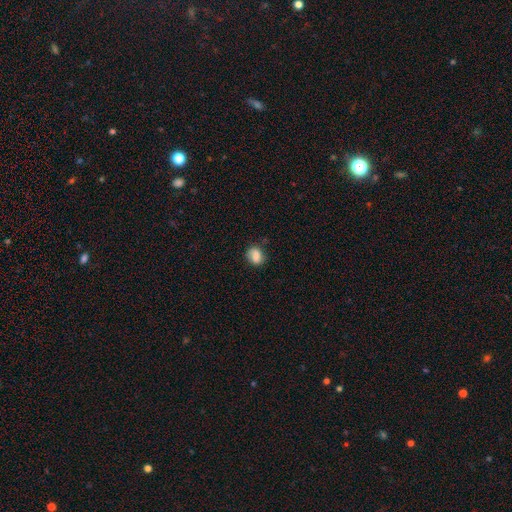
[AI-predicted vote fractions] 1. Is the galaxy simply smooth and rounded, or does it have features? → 80% smooth, 11% featured or disk, 9% star or artifact.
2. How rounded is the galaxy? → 50% round, 48% in between, 1% cigar-shaped.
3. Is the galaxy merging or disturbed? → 67% none, 23% minor disturbance, 6% major disturbance, 4% merger.